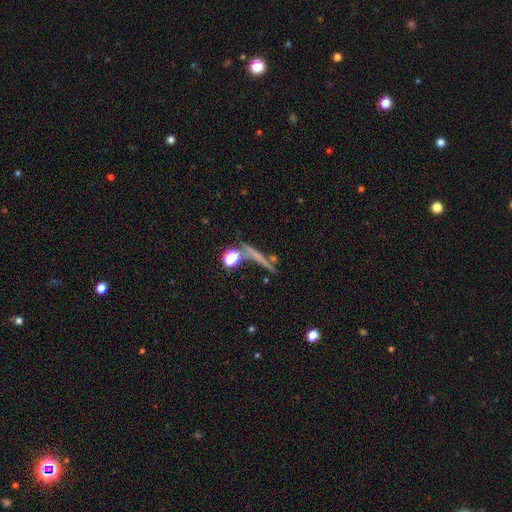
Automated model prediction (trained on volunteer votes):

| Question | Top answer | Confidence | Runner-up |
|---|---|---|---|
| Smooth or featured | smooth | 44% | featured or disk (35%) |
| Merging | none | 65% | merger (13%) |